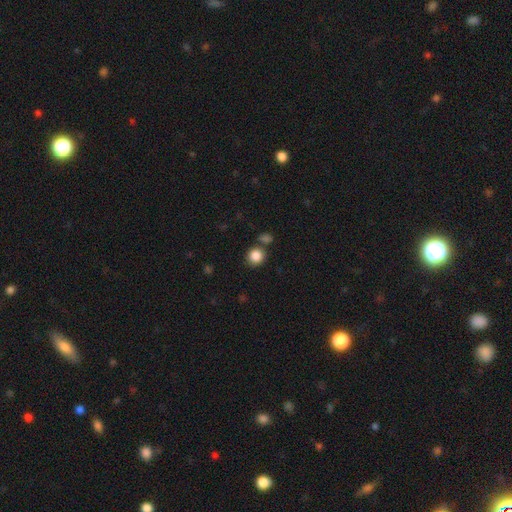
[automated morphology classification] Smooth or featured: smooth — 86% (star or artifact — 10%)
How rounded: round — 89% (in between — 10%)
Merging: none — 76% (merger — 11%)